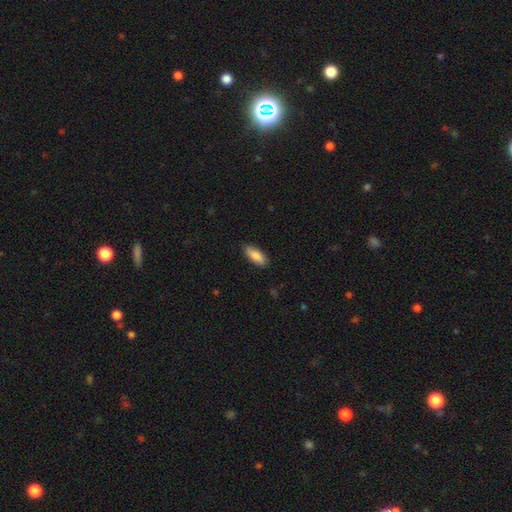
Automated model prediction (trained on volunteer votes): The model was most divided on "how rounded": in between: 80%, cigar-shaped: 18%, round: 2%. More confident: merging — none (86%); smooth or featured — smooth (86%).